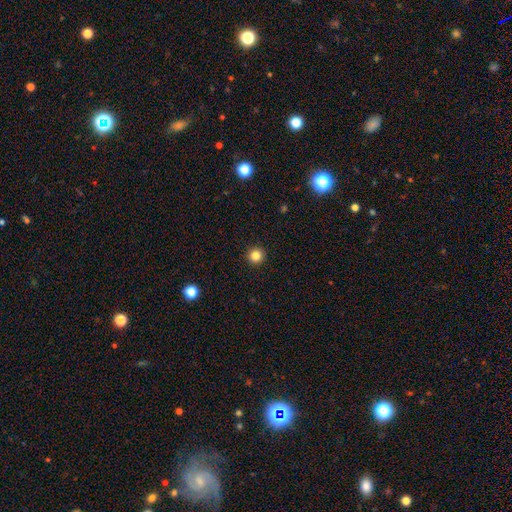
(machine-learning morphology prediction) Smooth or featured: smooth — 83% (star or artifact — 12%)
How rounded: round — 96% (in between — 3%)
Merging: none — 94% (minor disturbance — 4%)